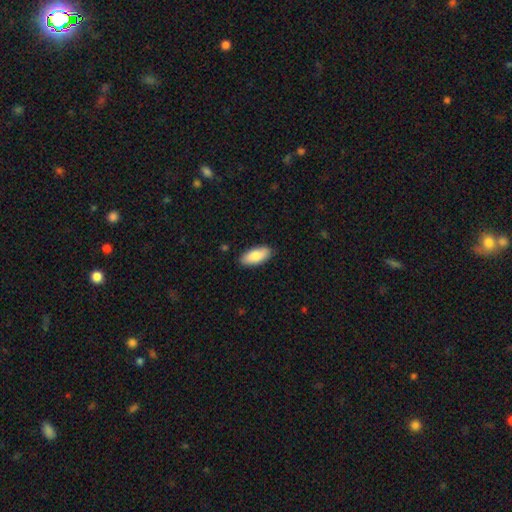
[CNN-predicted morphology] This is clearly a smooth galaxy (87%). How rounded: clearly in between (87%). Merging: clearly none (88%).